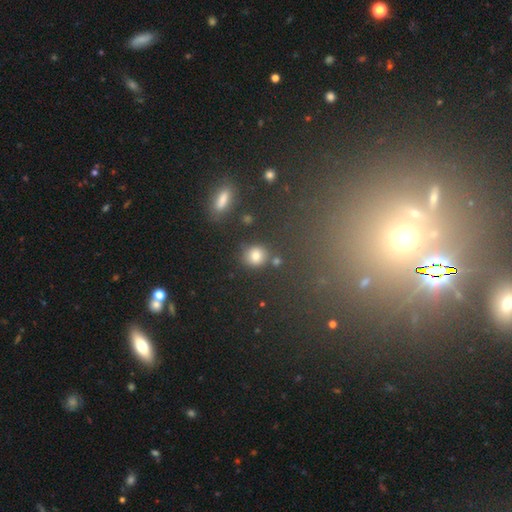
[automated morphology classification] Smooth or featured? smooth (79%)
How rounded? round (77%)
Merging? none (74%)